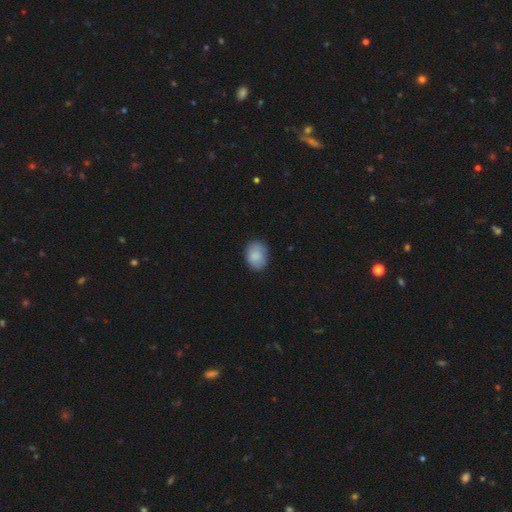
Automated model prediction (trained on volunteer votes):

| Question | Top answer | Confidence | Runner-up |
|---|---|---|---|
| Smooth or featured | smooth | 84% | featured or disk (9%) |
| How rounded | in between | 67% | round (32%) |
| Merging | none | 73% | minor disturbance (21%) |